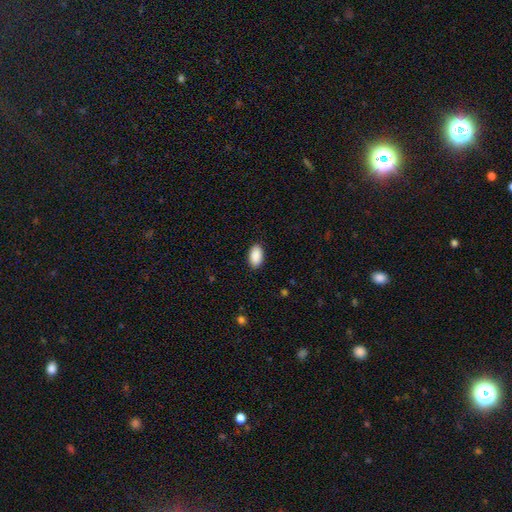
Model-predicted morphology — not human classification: smooth 91%, star or artifact 6%, featured or disk 3%. Down the decision tree: how rounded — in between (94%); merging — none (89%).